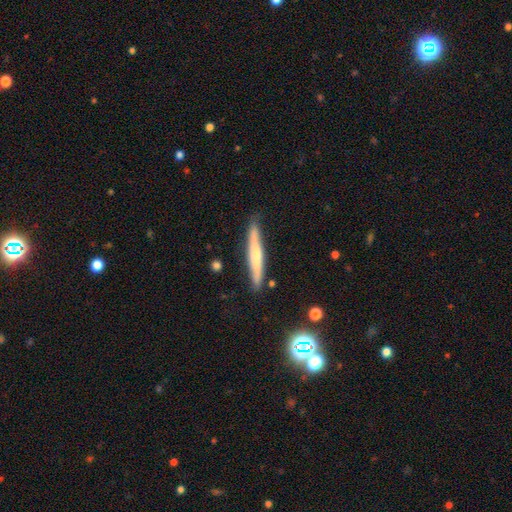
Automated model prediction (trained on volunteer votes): smooth-or-featured: smooth: 50% | featured or disk: 43% | star or artifact: 6%
  how-rounded: cigar-shaped: 94% | in between: 4% | round: 1%
  merging: none: 84% | minor disturbance: 12% | major disturbance: 2% | merger: 2%